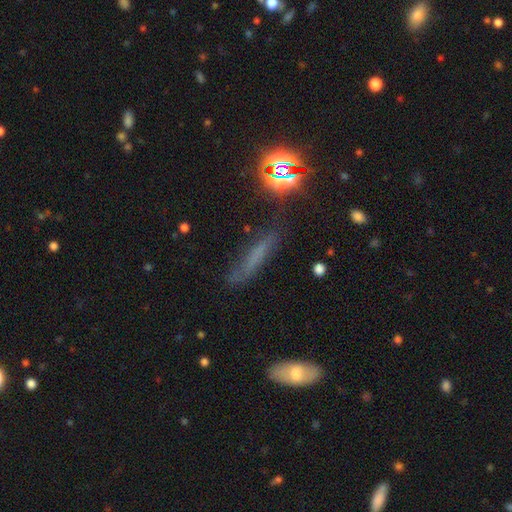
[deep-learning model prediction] smooth 48%, featured or disk 28%, star or artifact 23%. Down the decision tree: merging — none (67%).